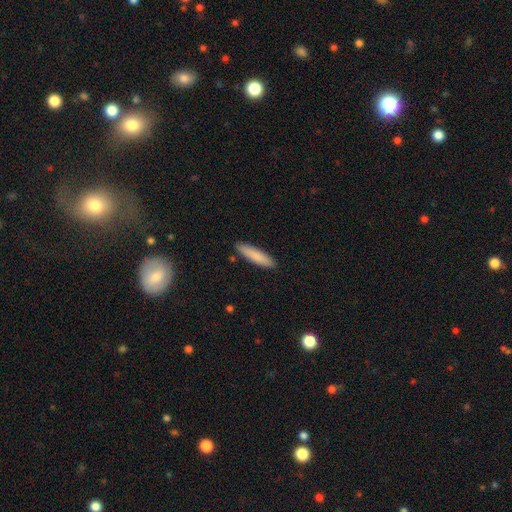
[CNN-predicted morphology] This appears to be a smooth galaxy with no disk features (84%) that is cigar-shaped (81%). Merging: none (89%).